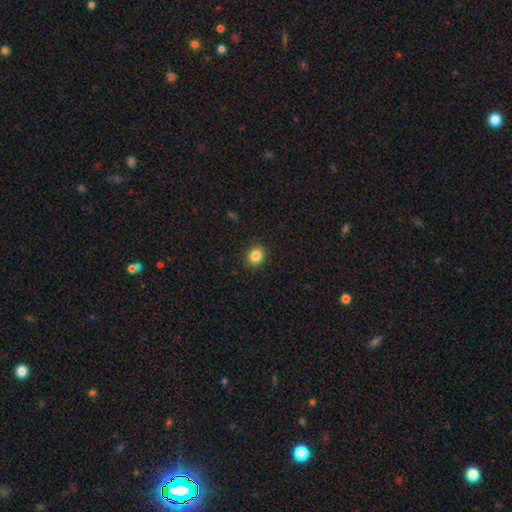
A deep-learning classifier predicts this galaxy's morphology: This appears to be a smooth galaxy with no disk features (85%) that is round (70%). Merging: none (90%).